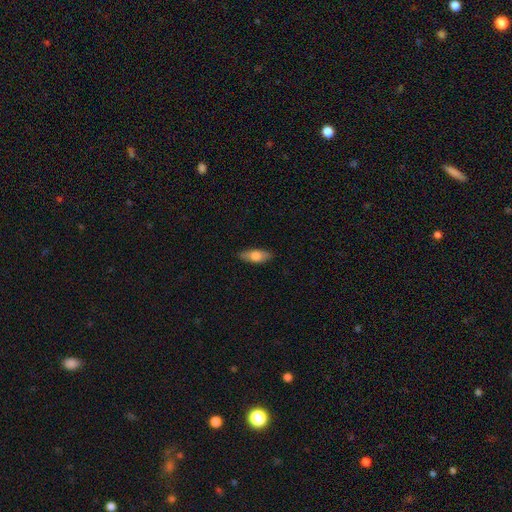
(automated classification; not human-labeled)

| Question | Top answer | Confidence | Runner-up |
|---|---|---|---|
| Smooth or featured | smooth | 68% | featured or disk (27%) |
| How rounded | in between | 76% | cigar-shaped (21%) |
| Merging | none | 87% | minor disturbance (10%) |